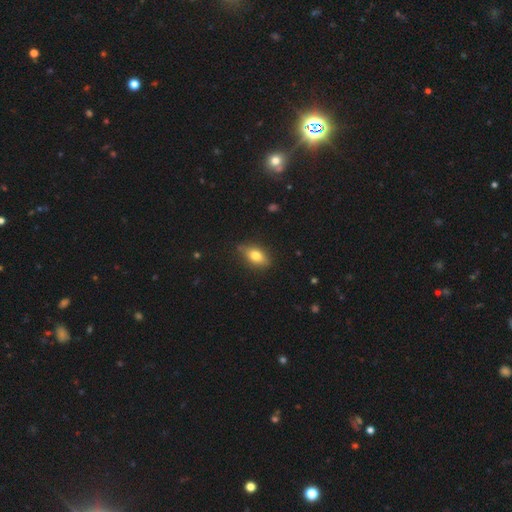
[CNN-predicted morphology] smooth-or-featured: smooth: 74% | featured or disk: 18% | star or artifact: 8%
  how-rounded: in between: 83% | round: 9% | cigar-shaped: 8%
  merging: none: 80% | minor disturbance: 16% | major disturbance: 3% | merger: 2%